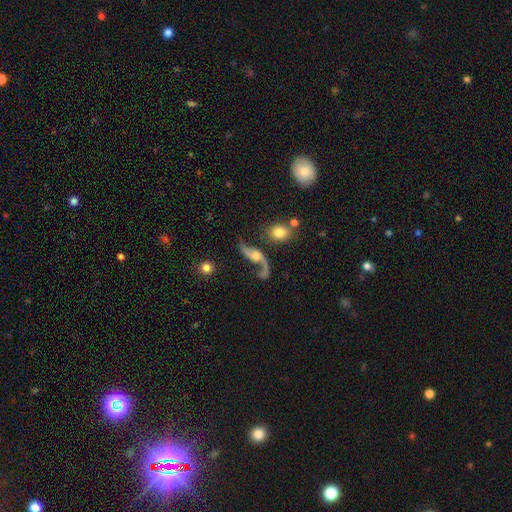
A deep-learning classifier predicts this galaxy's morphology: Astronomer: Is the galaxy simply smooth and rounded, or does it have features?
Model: featured or disk — 88%.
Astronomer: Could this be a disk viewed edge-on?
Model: no — 94%.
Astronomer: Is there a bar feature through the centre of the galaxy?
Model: no — 58%.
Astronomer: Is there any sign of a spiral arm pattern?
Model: yes — 96%.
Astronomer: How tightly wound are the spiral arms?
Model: loose — 91%.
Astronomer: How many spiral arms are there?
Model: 2 — 91%.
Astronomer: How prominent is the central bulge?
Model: moderate — 47% (runner-up: small, 29%).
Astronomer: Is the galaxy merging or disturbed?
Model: none — 60%.